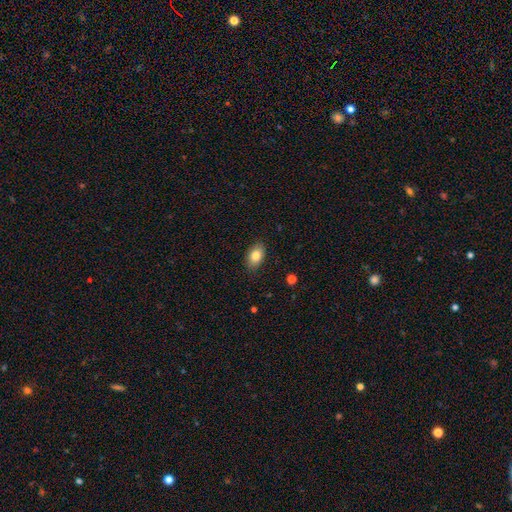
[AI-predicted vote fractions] A smooth galaxy with no disk features (84%) that is in between round and cigar-shaped (89%). Merging: none (85%).